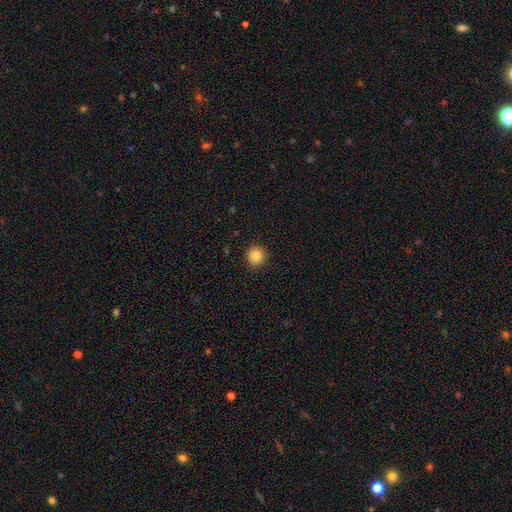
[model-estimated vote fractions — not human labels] smooth 86%, star or artifact 10%, featured or disk 4%. Down the decision tree: how rounded — round (94%); merging — none (92%).